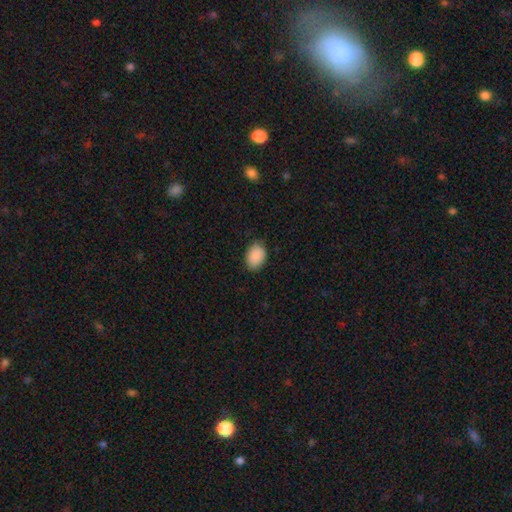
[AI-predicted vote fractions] Smooth or featured?
  - smooth: 90% *
  - star or artifact: 7%
  - featured or disk: 3%
How rounded?
  - in between: 80% *
  - round: 19%
  - cigar-shaped: 1%
Merging?
  - none: 82% *
  - minor disturbance: 15%
  - major disturbance: 3%
  - merger: 1%